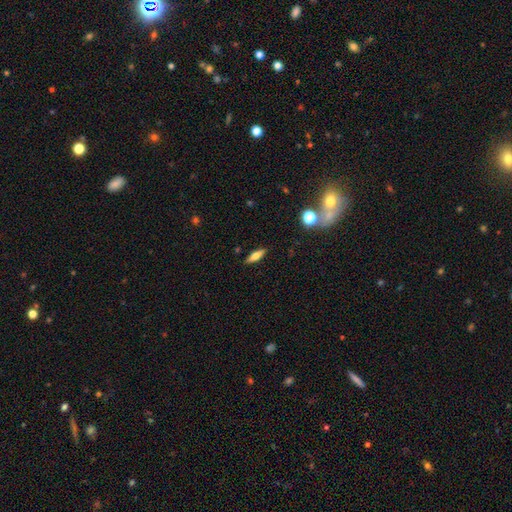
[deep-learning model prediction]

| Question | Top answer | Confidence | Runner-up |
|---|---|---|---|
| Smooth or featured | smooth | 55% | featured or disk (36%) |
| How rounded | cigar-shaped | 55% | in between (42%) |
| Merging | none | 88% | minor disturbance (8%) |